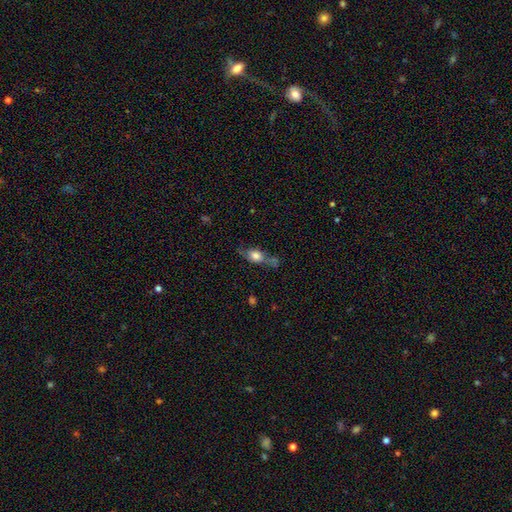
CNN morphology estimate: This is likely a smooth galaxy (63%). How rounded: likely in between (65%). Merging: possibly none (45%).